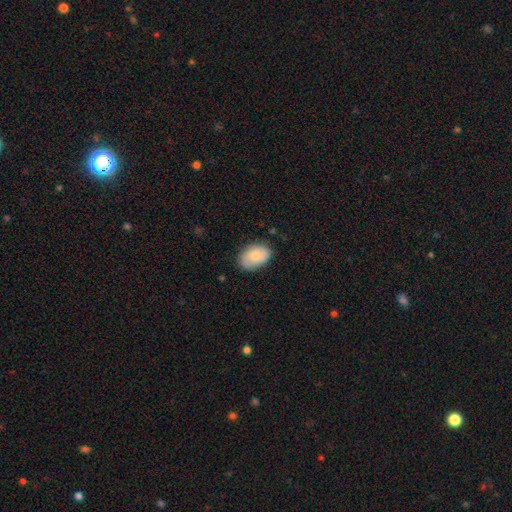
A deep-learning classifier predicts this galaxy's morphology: This appears to be a smooth galaxy with no disk features (69%) that is in between round and cigar-shaped (86%). Merging: none (79%).